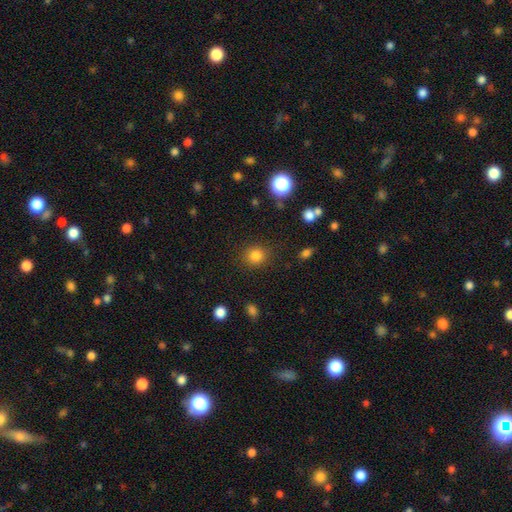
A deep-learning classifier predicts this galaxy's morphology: smooth_or_featured: smooth (p=0.82) [alt: star or artifact p=0.13]
how_rounded: round (p=0.88) [alt: in between p=0.11]
merging: none (p=0.88) [alt: minor disturbance p=0.08]